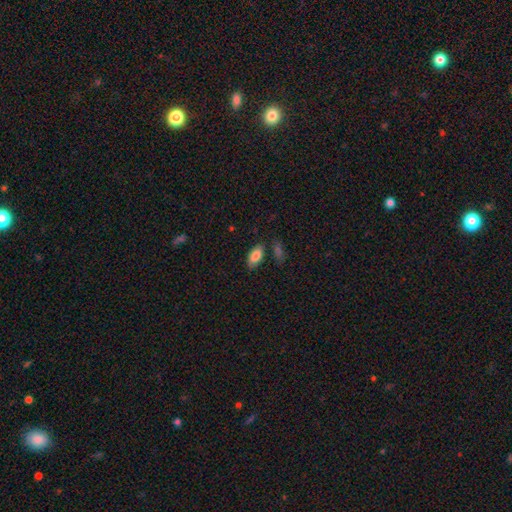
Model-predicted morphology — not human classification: This appears to be a smooth galaxy with no disk features (84%) that is in between round and cigar-shaped (89%). Merging: none (77%).